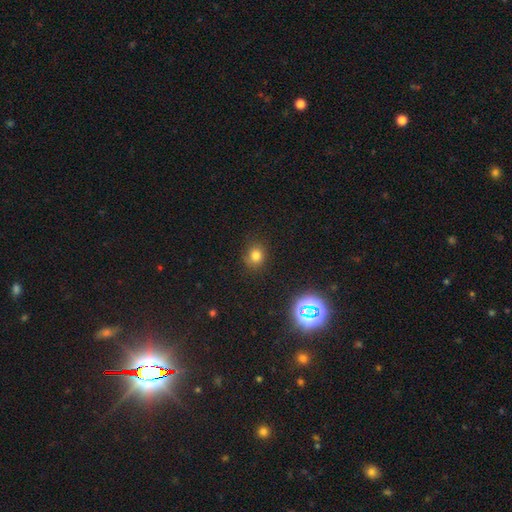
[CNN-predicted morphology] Overall: smooth (76%). How rounded: round (81%). Merging: none (81%).